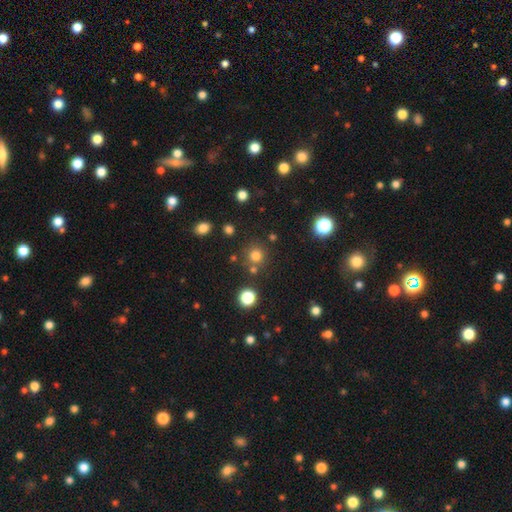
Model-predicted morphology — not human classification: smooth_or_featured: smooth (p=0.75) [alt: star or artifact p=0.18]
how_rounded: round (p=0.92) [alt: in between p=0.07]
merging: none (p=0.76) [alt: merger p=0.12]